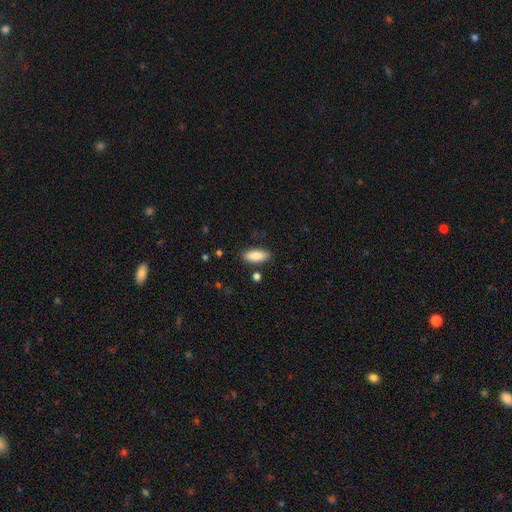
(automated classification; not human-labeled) A smooth galaxy with no disk features (86%) that is in between round and cigar-shaped (80%).

Vote fractions:
- Smooth or featured? smooth: 86% / featured or disk: 7% / star or artifact: 6%
- How rounded? in between: 80% / cigar-shaped: 18% / round: 2%
- Merging? none: 85% / minor disturbance: 10% / merger: 3% / major disturbance: 2%